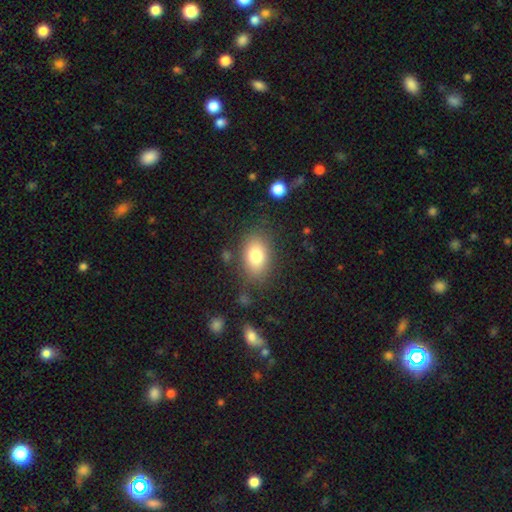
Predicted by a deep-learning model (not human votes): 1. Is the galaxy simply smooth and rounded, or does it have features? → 79% smooth, 12% featured or disk, 9% star or artifact.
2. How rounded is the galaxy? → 85% in between, 13% round, 2% cigar-shaped.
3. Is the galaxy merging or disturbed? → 80% none, 13% minor disturbance, 5% major disturbance, 3% merger.